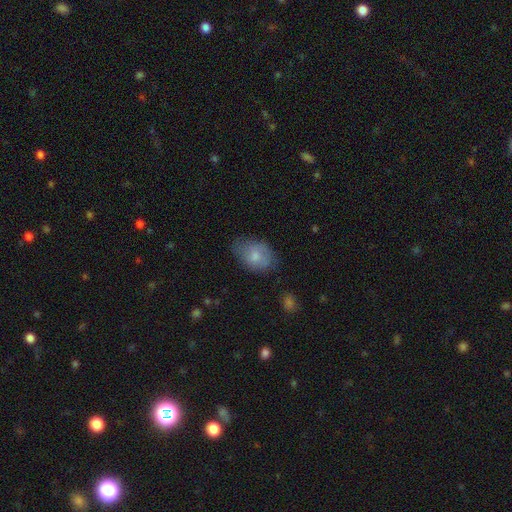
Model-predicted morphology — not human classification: smooth_or_featured: smooth (p=0.72) [alt: featured or disk p=0.21]
how_rounded: in between (p=0.80) [alt: round p=0.19]
merging: none (p=0.60) [alt: minor disturbance p=0.29]